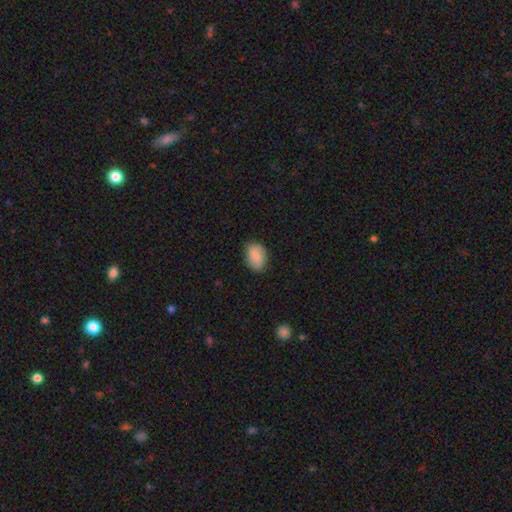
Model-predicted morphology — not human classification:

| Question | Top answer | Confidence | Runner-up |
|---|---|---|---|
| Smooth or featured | smooth | 83% | featured or disk (10%) |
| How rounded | in between | 83% | round (15%) |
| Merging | none | 79% | minor disturbance (17%) |